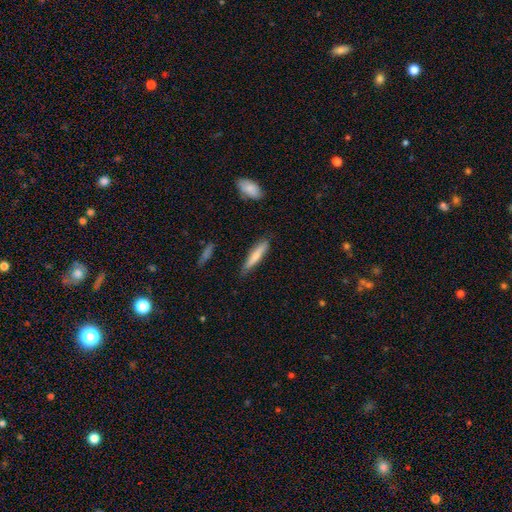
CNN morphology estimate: Smooth or featured? Predicted: smooth (p=0.69). How rounded? Predicted: cigar-shaped (p=0.87). Merging? Predicted: none (p=0.80).